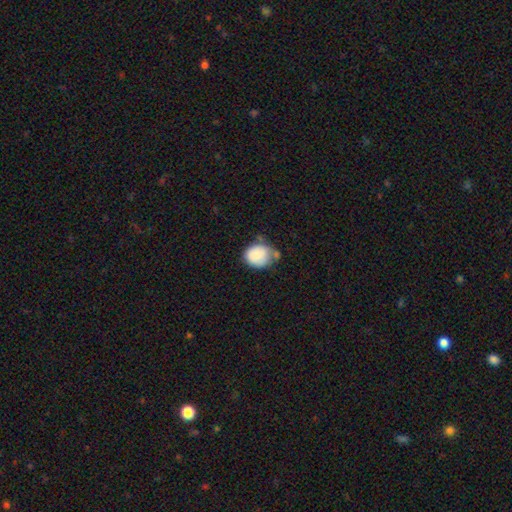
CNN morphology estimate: Smooth or featured? smooth (83%)
How rounded? round (62%)
Merging? none (42%)